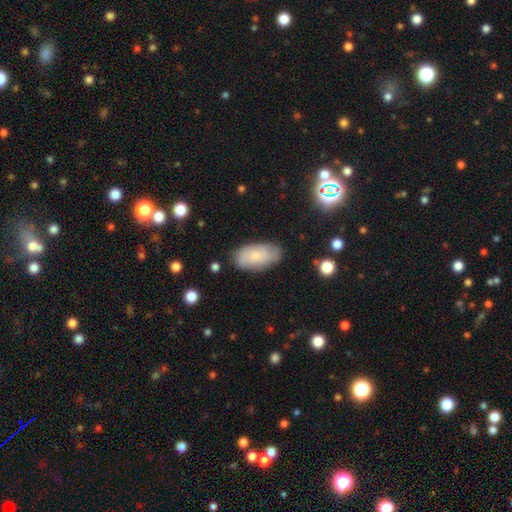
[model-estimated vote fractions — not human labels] A smooth galaxy with no disk features (64%) that is in between round and cigar-shaped (93%). Merging: none (79%).